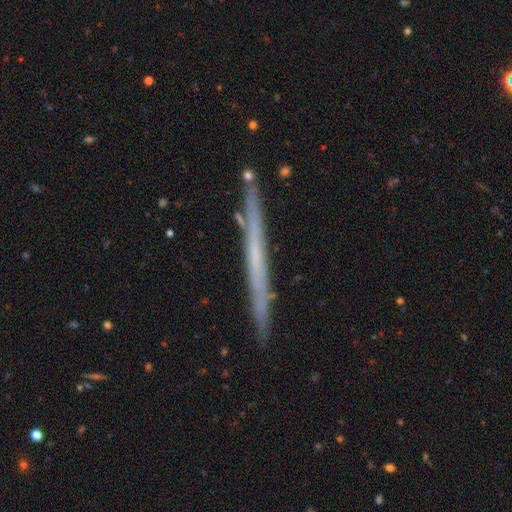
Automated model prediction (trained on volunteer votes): The model was most divided on "smooth or featured": featured or disk: 59%, smooth: 34%, star or artifact: 7%. More confident: edge-on disk — yes (96%); edge-on bulge — none (91%); merging — none (89%).